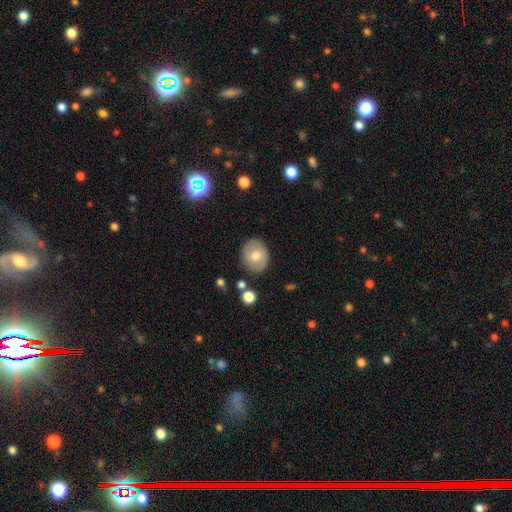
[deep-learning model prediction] This is likely a smooth galaxy (65%). How rounded: possibly round (50%). Merging: clearly none (84%).